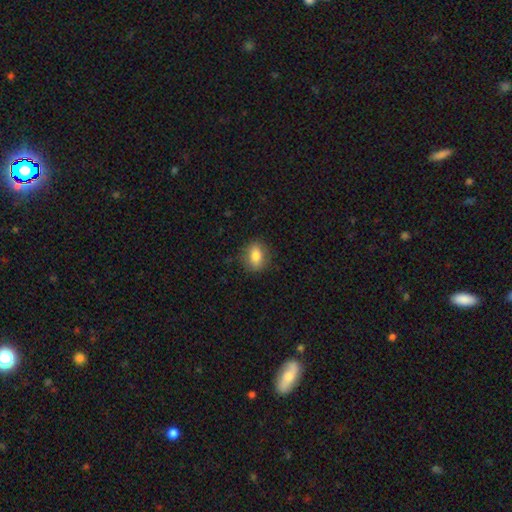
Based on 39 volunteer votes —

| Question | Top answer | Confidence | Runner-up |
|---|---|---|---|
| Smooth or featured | smooth | 90% | featured or disk (8%) |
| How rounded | in between | 60% | round (31%) |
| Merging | none | 89% | minor disturbance (8%) |